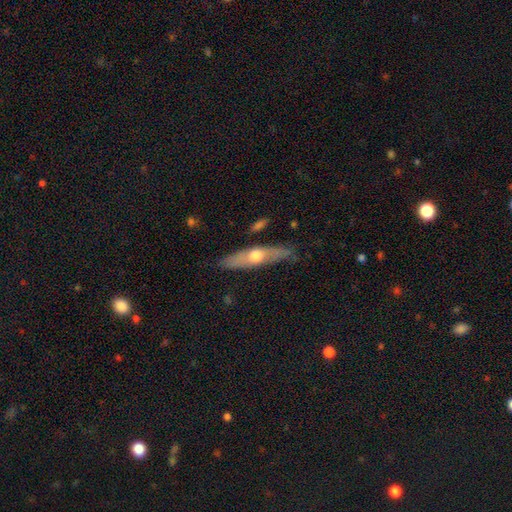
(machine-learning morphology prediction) smooth_or_featured: featured or disk (p=0.53) [alt: smooth p=0.42]
disk_edge_on: yes (p=0.79) [alt: no p=0.21]
merging: none (p=0.80) [alt: minor disturbance p=0.15]